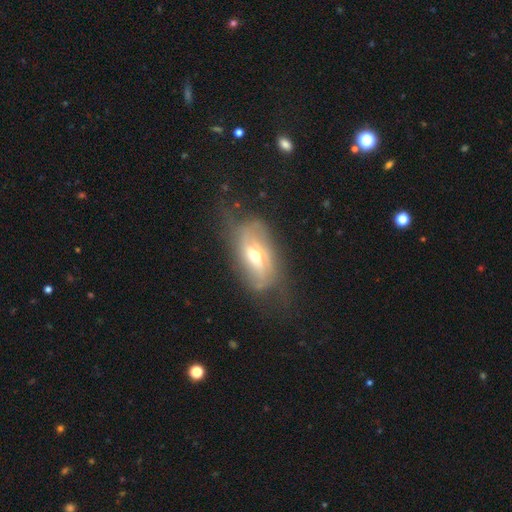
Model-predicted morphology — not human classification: smooth_or_featured: featured or disk (p=0.60) [alt: smooth p=0.32]
disk_edge_on: no (p=0.77) [alt: yes p=0.23]
merging: none (p=0.49) [alt: minor disturbance p=0.28]